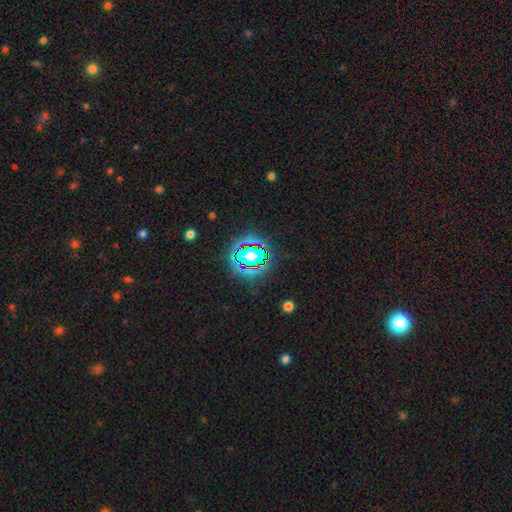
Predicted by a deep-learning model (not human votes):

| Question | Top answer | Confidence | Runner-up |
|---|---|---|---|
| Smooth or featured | star or artifact | 80% | smooth (13%) |